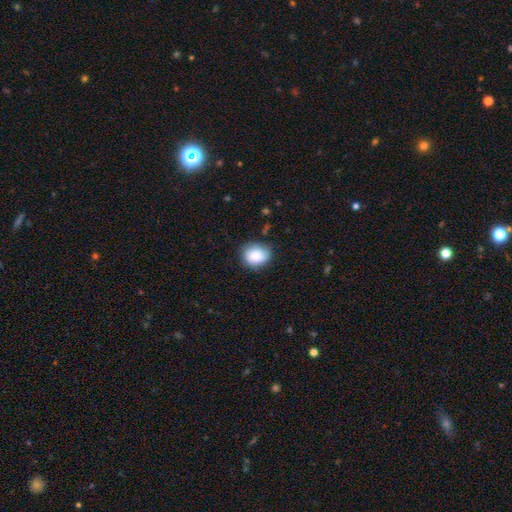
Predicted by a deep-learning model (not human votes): A smooth galaxy with no disk features (79%) that is round (66%). Merging: none (73%).